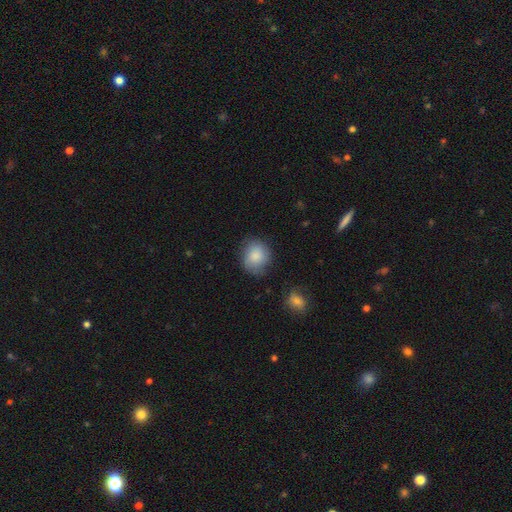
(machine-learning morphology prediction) Smooth or featured: smooth — 83% (featured or disk — 10%)
How rounded: round — 69% (in between — 30%)
Merging: none — 72% (minor disturbance — 21%)